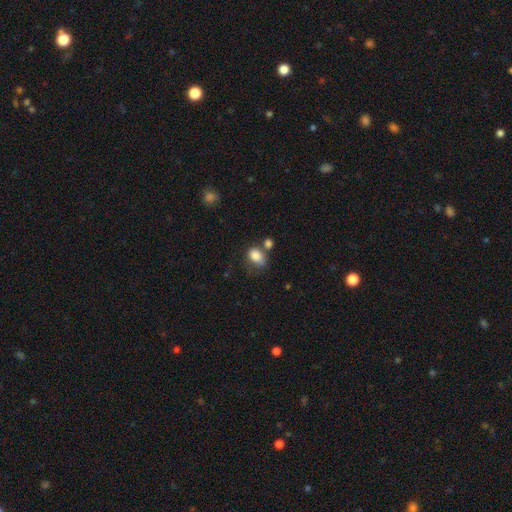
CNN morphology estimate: The model was most divided on "merging": none: 44%, minor disturbance: 24%, merger: 21%, major disturbance: 11%. More confident: smooth or featured — smooth (82%); how rounded — in between (77%).